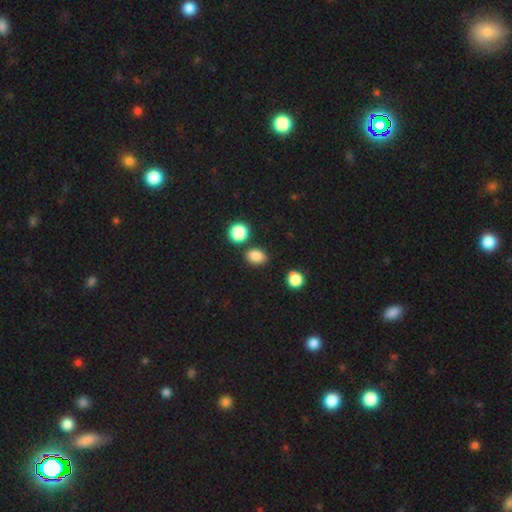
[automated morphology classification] Smooth or featured?
  - smooth: 84% *
  - star or artifact: 12%
  - featured or disk: 4%
How rounded?
  - in between: 65% *
  - round: 33%
  - cigar-shaped: 1%
Merging?
  - none: 80% *
  - minor disturbance: 12%
  - merger: 6%
  - major disturbance: 3%